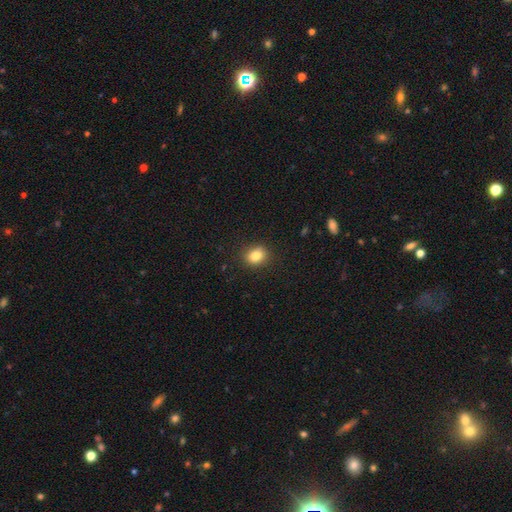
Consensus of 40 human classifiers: Smooth or featured? 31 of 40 (78%) said smooth. How rounded? 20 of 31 (65%) said in between. Merging? 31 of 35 (89%) said none.